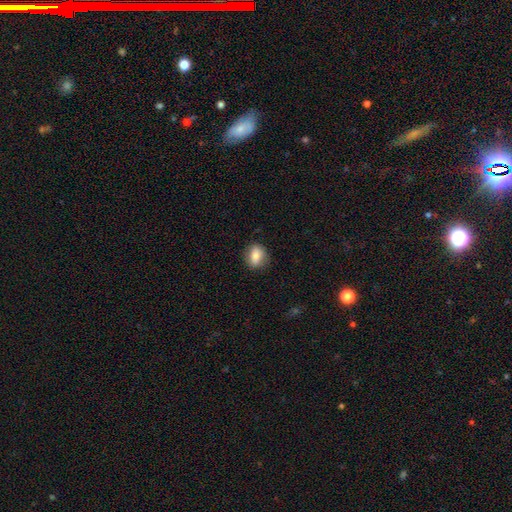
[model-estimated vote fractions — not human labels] Smooth or featured: smooth — 79% (featured or disk — 13%)
How rounded: in between — 54% (round — 44%)
Merging: none — 84% (minor disturbance — 12%)